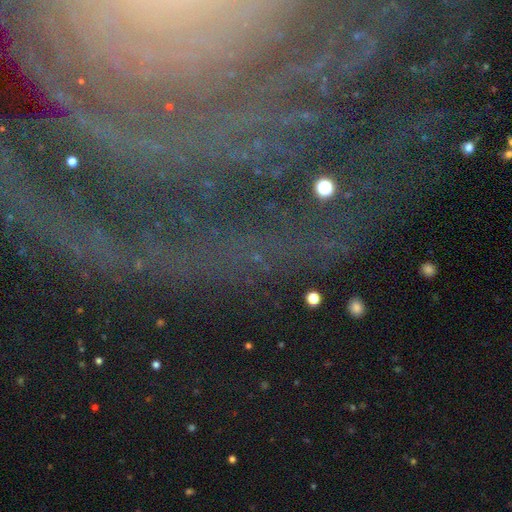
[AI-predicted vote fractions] Smooth or featured?
  - star or artifact: 64% *
  - featured or disk: 23%
  - smooth: 13%